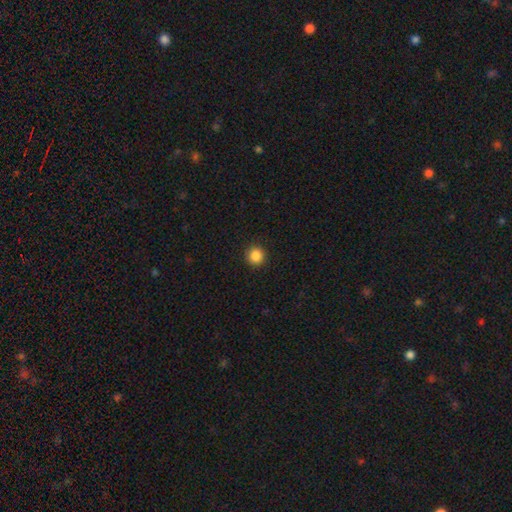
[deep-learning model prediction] Morphology: type=smooth (87%); roundness=round (93%); merging=none (92%).